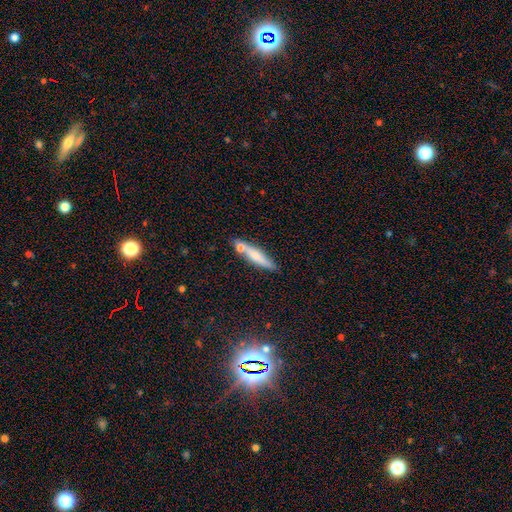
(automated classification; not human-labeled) Q: Smooth or featured?
A: smooth (65%); runner-up: featured or disk (28%)
Q: How rounded?
A: cigar-shaped (85%); runner-up: in between (13%)
Q: Merging?
A: none (64%); runner-up: merger (18%)